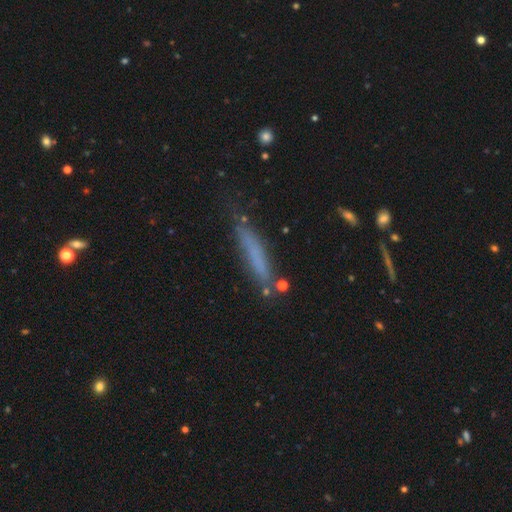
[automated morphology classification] A smooth galaxy with no disk features (62%) that is cigar-shaped (87%). Merging: none (65%).